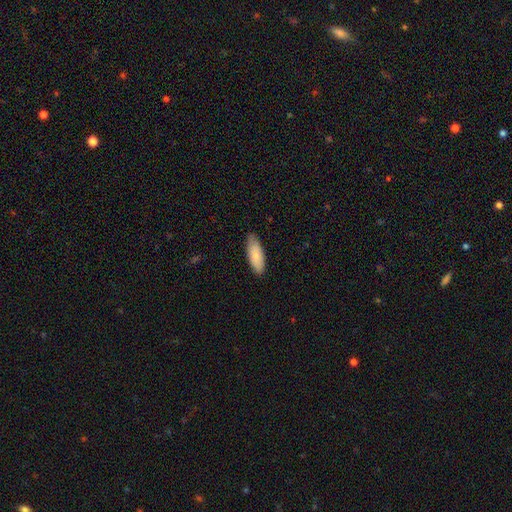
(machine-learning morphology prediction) Smooth or featured?
  - smooth: 83% *
  - featured or disk: 12%
  - star or artifact: 5%
How rounded?
  - in between: 74% *
  - cigar-shaped: 24%
  - round: 2%
Merging?
  - none: 80% *
  - minor disturbance: 17%
  - major disturbance: 2%
  - merger: 1%